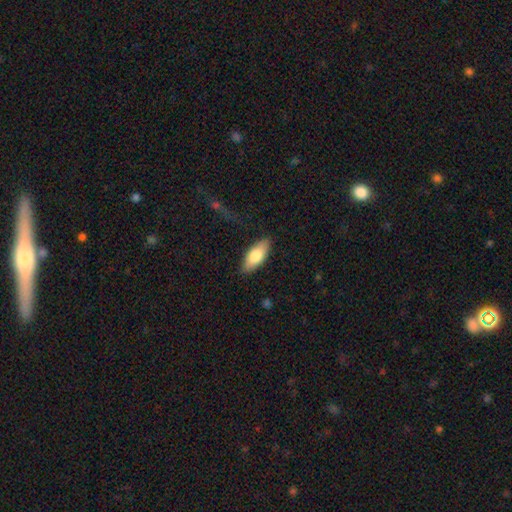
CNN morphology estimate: A smooth galaxy with no disk features (78%) that is in between round and cigar-shaped (82%).

Vote fractions:
- Smooth or featured? smooth: 78% / featured or disk: 17% / star or artifact: 6%
- How rounded? in between: 82% / cigar-shaped: 16% / round: 2%
- Merging? none: 85% / minor disturbance: 11% / major disturbance: 3% / merger: 1%